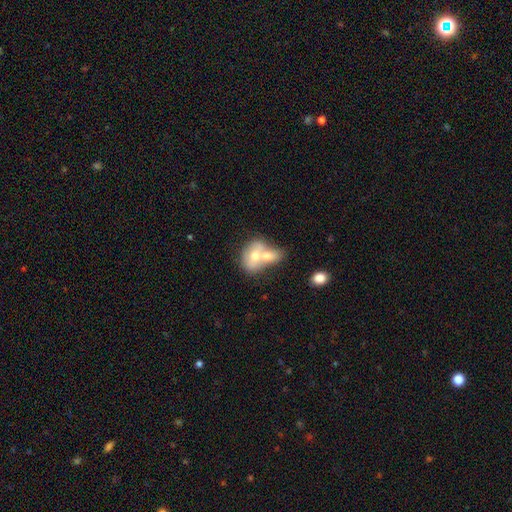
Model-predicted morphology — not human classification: Smooth or featured: smooth — 58% (featured or disk — 35%)
How rounded: in between — 66% (round — 33%)
Merging: merger — 76% (none — 14%)